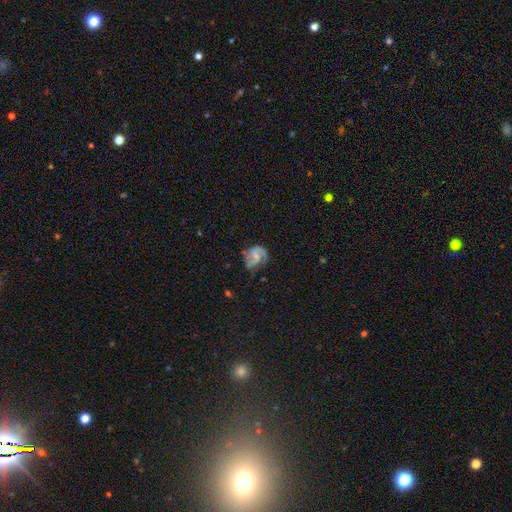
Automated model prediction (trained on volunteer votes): Smooth or featured? featured or disk (72%)
Edge-on disk? no (98%)
Bar? weak (48%)
Spiral arms? yes (90%)
Spiral winding? medium (48%)
Spiral arm count? 2 (76%)
Bulge size? small (49%)
Merging? none (56%)